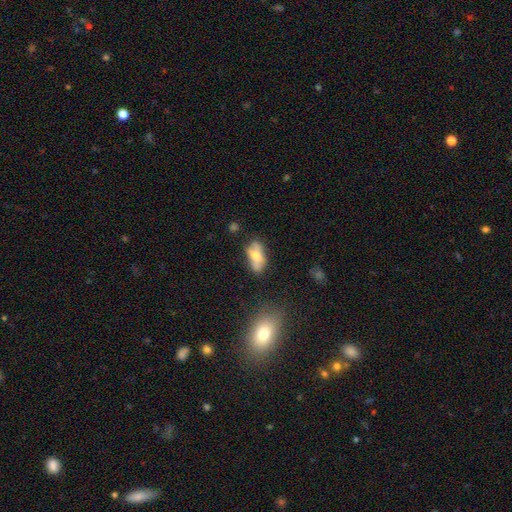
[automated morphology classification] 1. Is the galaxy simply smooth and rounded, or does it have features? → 55% smooth, 36% featured or disk, 9% star or artifact.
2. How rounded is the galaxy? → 84% in between, 12% cigar-shaped, 4% round.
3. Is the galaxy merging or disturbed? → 56% none, 26% minor disturbance, 11% major disturbance, 8% merger.